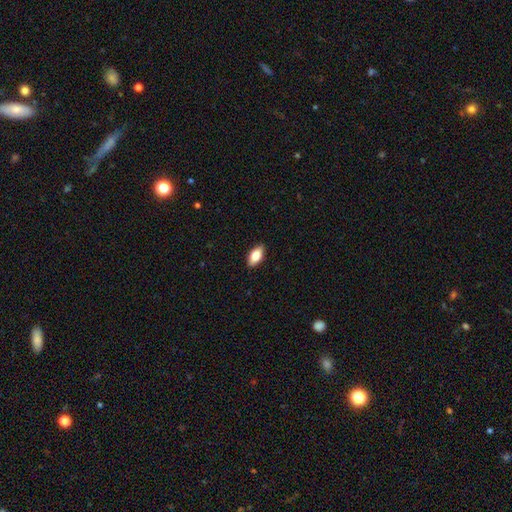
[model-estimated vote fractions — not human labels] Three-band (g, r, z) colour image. It shows a smooth galaxy with no disk features (76%) that is in between round and cigar-shaped (89%). Merging: none (89%).